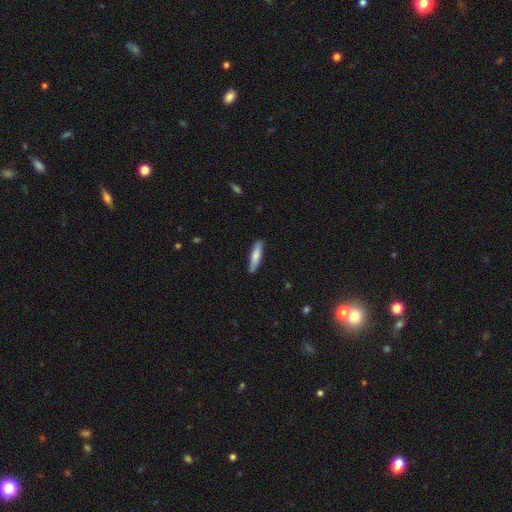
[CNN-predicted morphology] Q: Smooth or featured?
A: smooth (74%); runner-up: featured or disk (20%)
Q: How rounded?
A: cigar-shaped (77%); runner-up: in between (21%)
Q: Merging?
A: none (87%); runner-up: minor disturbance (10%)